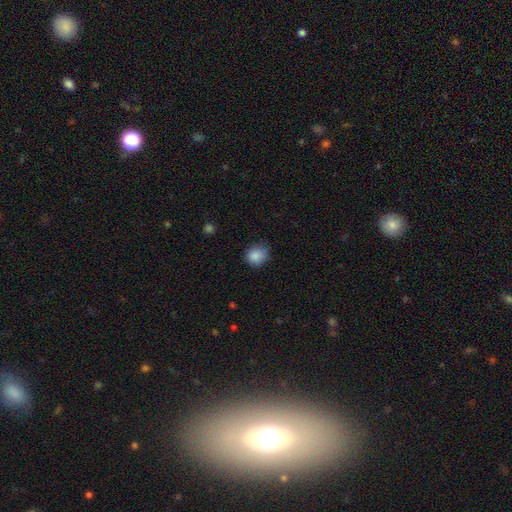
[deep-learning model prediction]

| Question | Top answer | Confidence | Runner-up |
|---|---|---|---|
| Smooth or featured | smooth | 87% | star or artifact (9%) |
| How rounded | round | 76% | in between (23%) |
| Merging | none | 74% | minor disturbance (21%) |